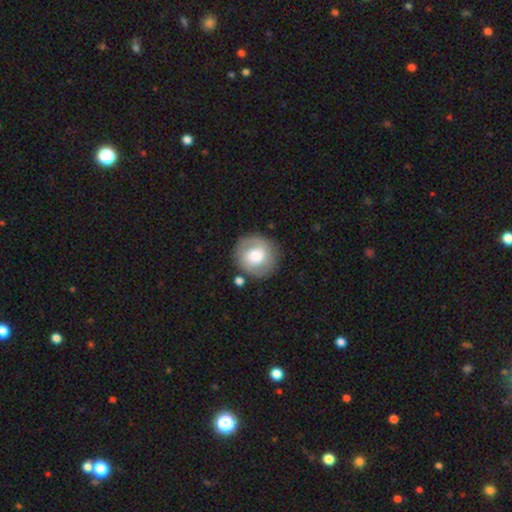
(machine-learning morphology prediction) Q: Smooth or featured?
A: smooth (53%); runner-up: featured or disk (40%)
Q: How rounded?
A: round (89%); runner-up: in between (10%)
Q: Merging?
A: none (80%); runner-up: minor disturbance (12%)